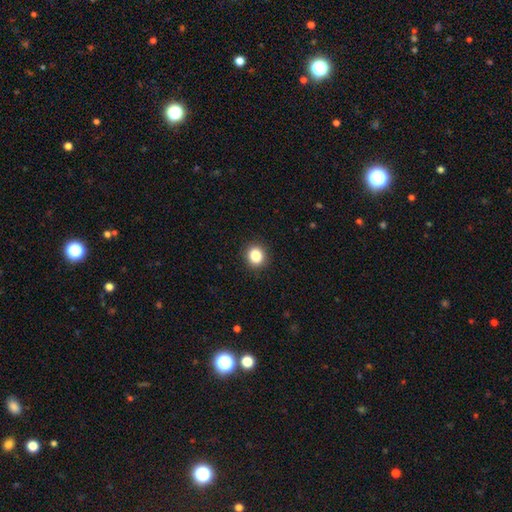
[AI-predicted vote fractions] Smooth or featured: smooth — 85% (star or artifact — 10%)
How rounded: round — 80% (in between — 19%)
Merging: none — 91% (minor disturbance — 6%)